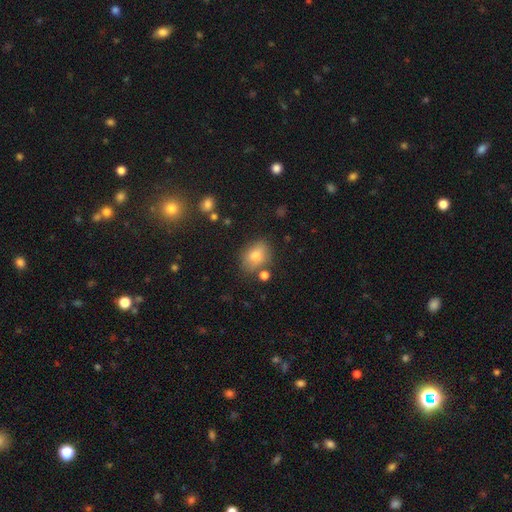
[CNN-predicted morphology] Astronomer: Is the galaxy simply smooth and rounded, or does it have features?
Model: smooth — 76%.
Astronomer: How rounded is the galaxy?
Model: in between — 62%.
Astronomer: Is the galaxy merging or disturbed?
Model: none — 74%.